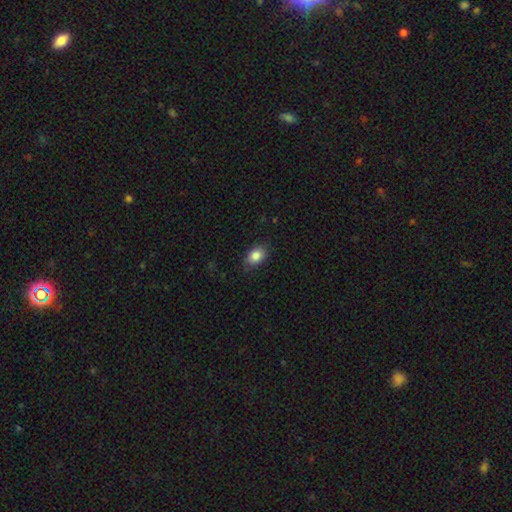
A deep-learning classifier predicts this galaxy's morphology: A smooth galaxy with no disk features (86%) that is in between round and cigar-shaped (77%).

Vote fractions:
- Smooth or featured? smooth: 86% / star or artifact: 8% / featured or disk: 6%
- How rounded? in between: 77% / round: 21% / cigar-shaped: 1%
- Merging? none: 83% / minor disturbance: 13% / major disturbance: 3% / merger: 1%